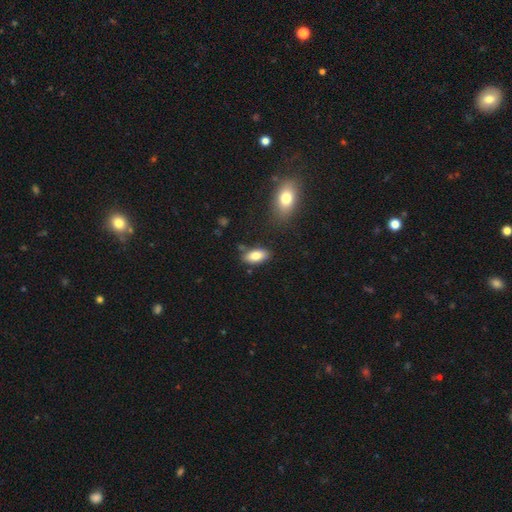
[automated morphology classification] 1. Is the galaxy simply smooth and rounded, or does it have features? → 82% smooth, 11% featured or disk, 7% star or artifact.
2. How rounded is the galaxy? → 91% in between, 6% cigar-shaped, 3% round.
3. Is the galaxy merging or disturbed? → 81% none, 13% minor disturbance, 4% merger, 3% major disturbance.